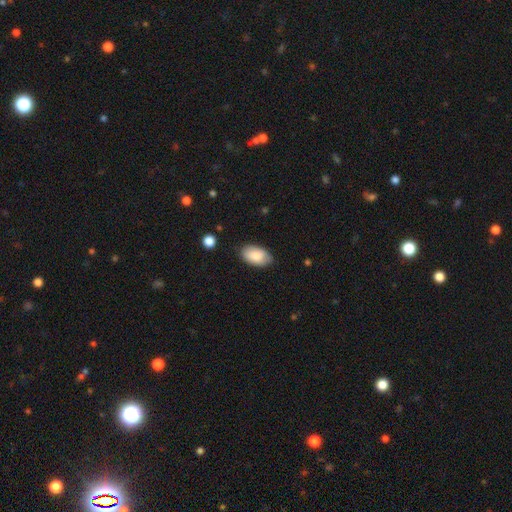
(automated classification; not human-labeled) This appears to be a smooth galaxy with no disk features (86%) that is in between round and cigar-shaped (95%). Merging: none (81%).